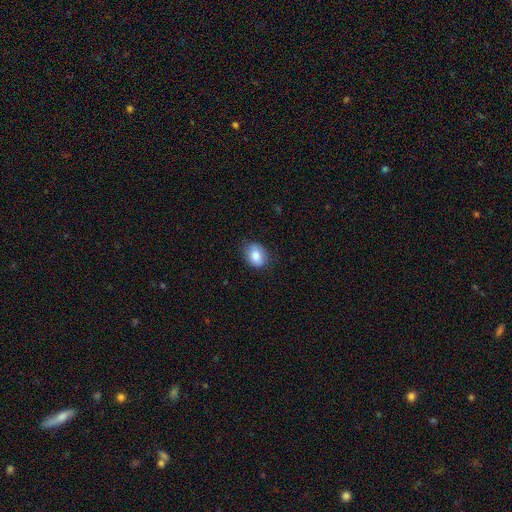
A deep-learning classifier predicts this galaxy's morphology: A smooth galaxy with no disk features (83%) that is in between round and cigar-shaped (60%). Merging: none (79%).